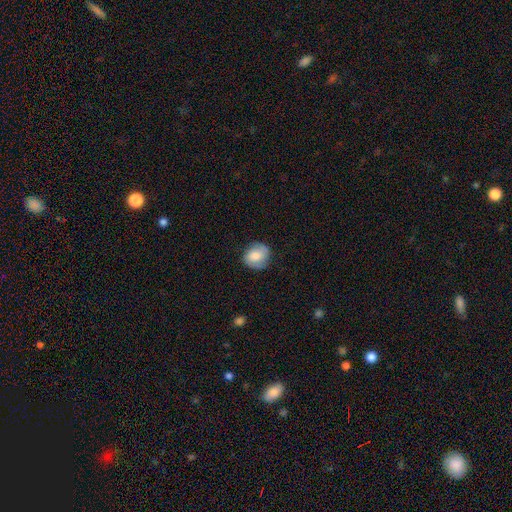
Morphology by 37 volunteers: smooth 62%, featured or disk 32%, star or artifact 5%. Down the decision tree: how rounded — round (87%); merging — none (77%).